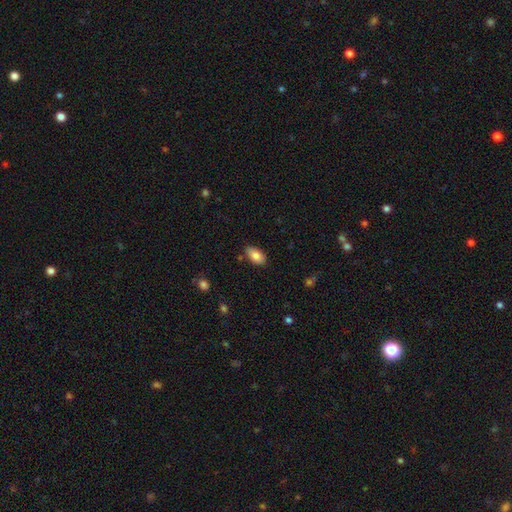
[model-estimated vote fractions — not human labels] Q: Smooth or featured?
A: smooth (84%); runner-up: featured or disk (9%)
Q: How rounded?
A: in between (93%); runner-up: round (4%)
Q: Merging?
A: none (82%); runner-up: minor disturbance (13%)